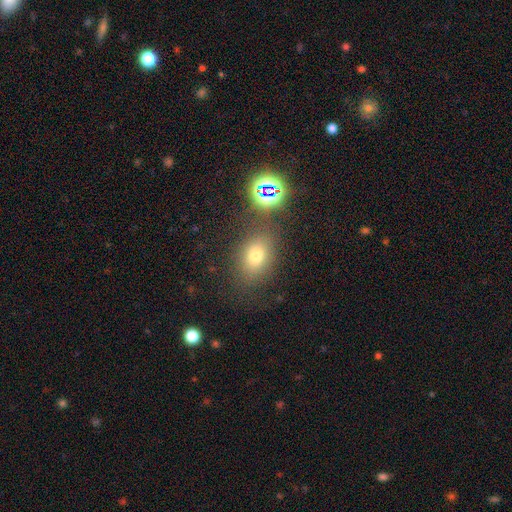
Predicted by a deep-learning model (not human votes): This is likely a smooth galaxy (67%). How rounded: likely in between (65%). Merging: likely none (76%).